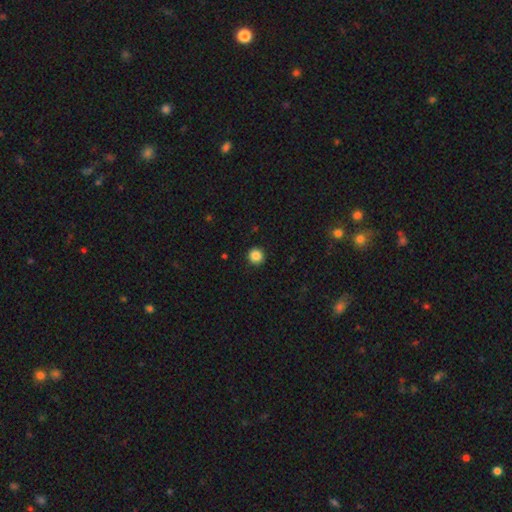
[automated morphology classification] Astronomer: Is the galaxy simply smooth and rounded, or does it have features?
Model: smooth — 86%.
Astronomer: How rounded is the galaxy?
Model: round — 95%.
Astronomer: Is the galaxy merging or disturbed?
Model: none — 92%.